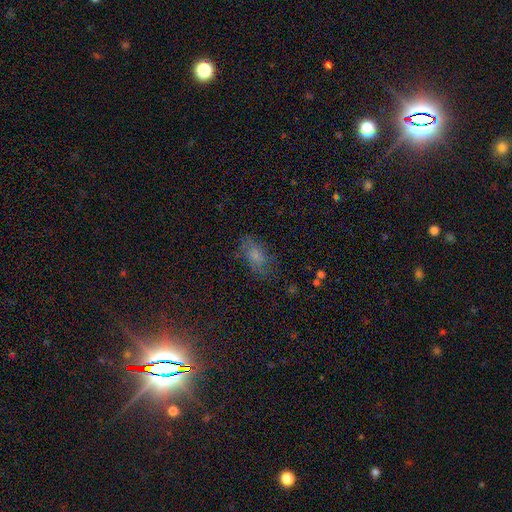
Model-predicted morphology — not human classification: The model was most divided on "smooth or featured": smooth: 60%, featured or disk: 24%, star or artifact: 16%. More confident: how rounded — in between (87%); merging — none (67%).